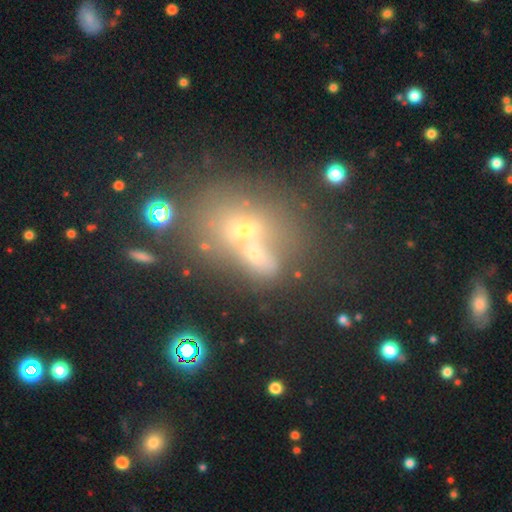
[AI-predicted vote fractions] This is possibly a smooth galaxy (47%). Merging: possibly merger (54%).